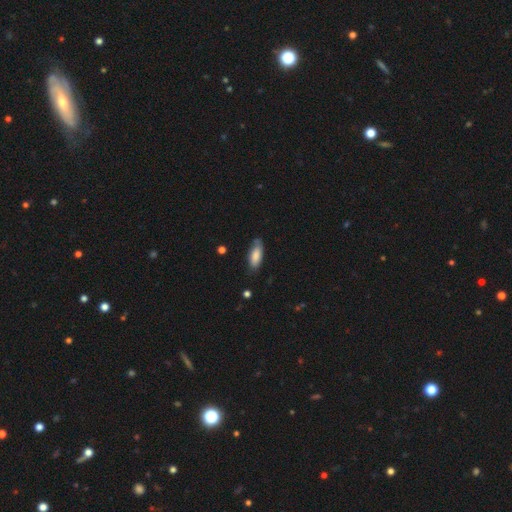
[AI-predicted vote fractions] Smooth or featured? Predicted: smooth (p=0.82). How rounded? Predicted: in between (p=0.75). Merging? Predicted: none (p=0.69).